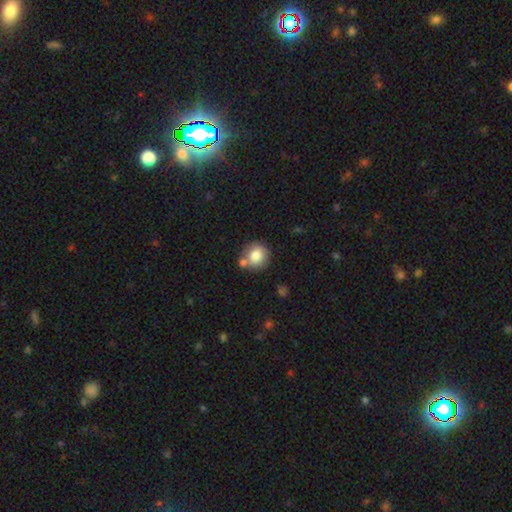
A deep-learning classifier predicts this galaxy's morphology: Q: Smooth or featured?
A: smooth (81%); runner-up: featured or disk (10%)
Q: How rounded?
A: round (86%); runner-up: in between (13%)
Q: Merging?
A: none (67%); runner-up: merger (18%)